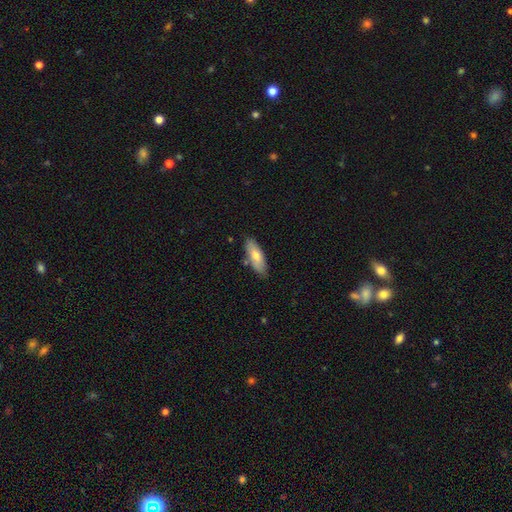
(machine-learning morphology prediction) Q: Smooth or featured?
A: smooth (70%); runner-up: featured or disk (24%)
Q: How rounded?
A: in between (70%); runner-up: cigar-shaped (28%)
Q: Merging?
A: none (79%); runner-up: minor disturbance (14%)